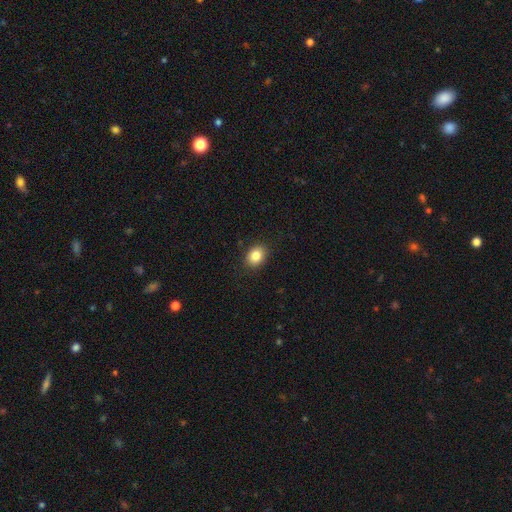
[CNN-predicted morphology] smooth-or-featured: smooth: 84% | star or artifact: 9% | featured or disk: 6%
  how-rounded: in between: 59% | round: 40% | cigar-shaped: 1%
  merging: none: 88% | minor disturbance: 9% | major disturbance: 2% | merger: 1%